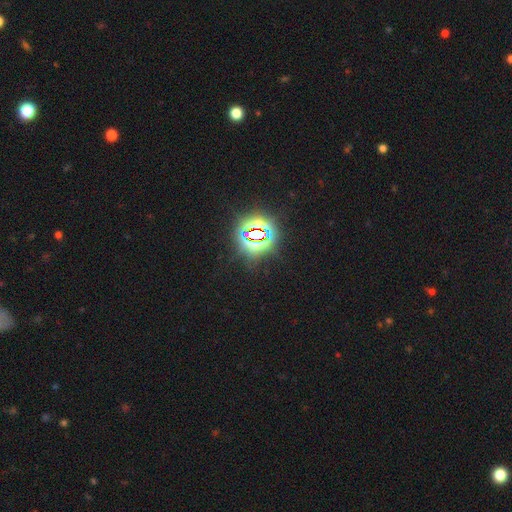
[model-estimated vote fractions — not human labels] Morphology: type=star or artifact (82%).